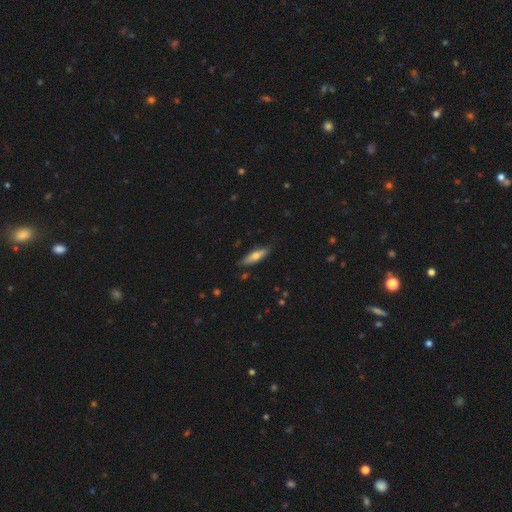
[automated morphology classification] A smooth galaxy with no disk features (62%) that is cigar-shaped (58%). Merging: none (82%).